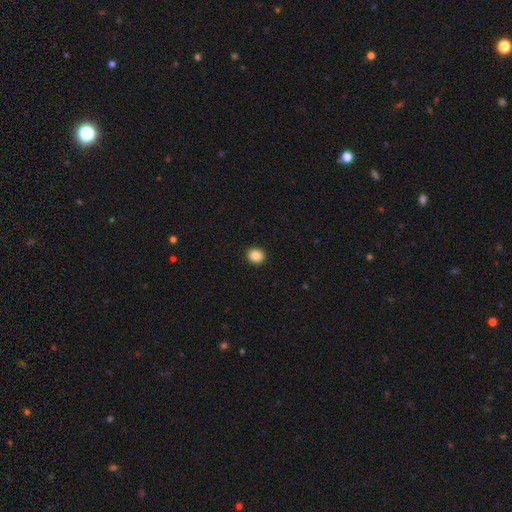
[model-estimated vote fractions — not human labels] smooth_or_featured: smooth (p=0.88) [alt: star or artifact p=0.09]
how_rounded: round (p=0.78) [alt: in between p=0.21]
merging: none (p=0.93) [alt: minor disturbance p=0.05]